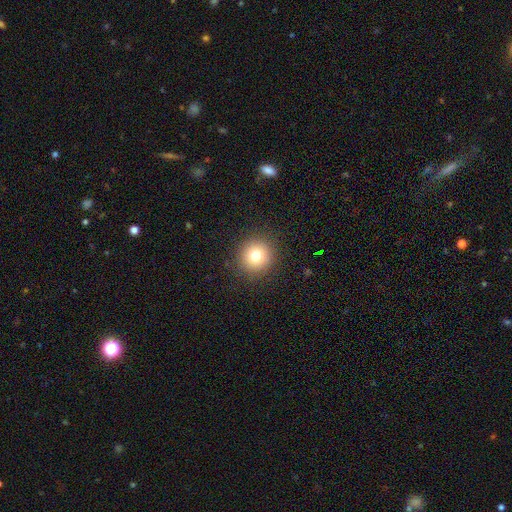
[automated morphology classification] A smooth galaxy with no disk features (77%) that is round (93%). Merging: none (91%).